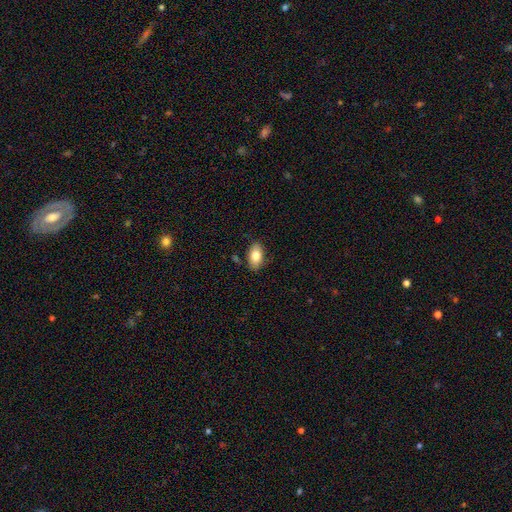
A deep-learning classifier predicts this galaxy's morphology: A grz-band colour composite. It shows a smooth galaxy with no disk features (81%) that is in between round and cigar-shaped (92%). Merging: none (83%).